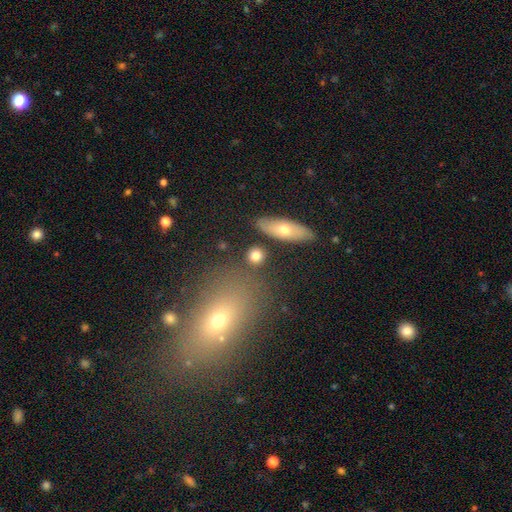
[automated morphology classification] Smooth or featured?
  - smooth: 79% *
  - featured or disk: 12%
  - star or artifact: 9%
How rounded?
  - round: 76% *
  - in between: 19%
  - cigar-shaped: 5%
Merging?
  - none: 79% *
  - minor disturbance: 9%
  - merger: 8%
  - major disturbance: 4%